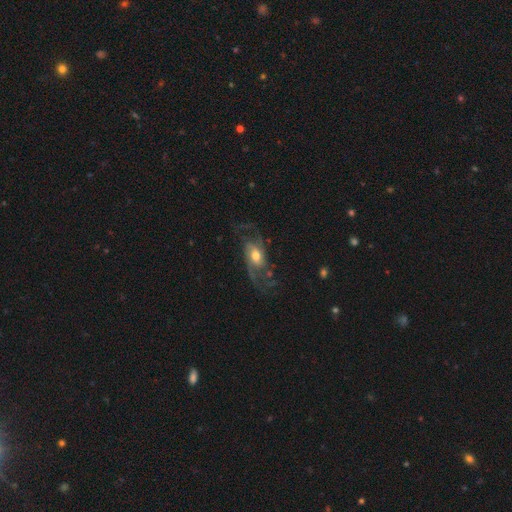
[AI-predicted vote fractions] Smooth or featured? Predicted: featured or disk (p=0.81). Edge-on disk? Predicted: no (p=0.94). Bar? Predicted: no (p=0.60). Spiral arms? Predicted: yes (p=0.93). Spiral winding? Predicted: loose (p=0.44). Spiral arm count? Predicted: 2 (p=0.49). Bulge size? Predicted: moderate (p=0.69). Merging? Predicted: none (p=0.57).